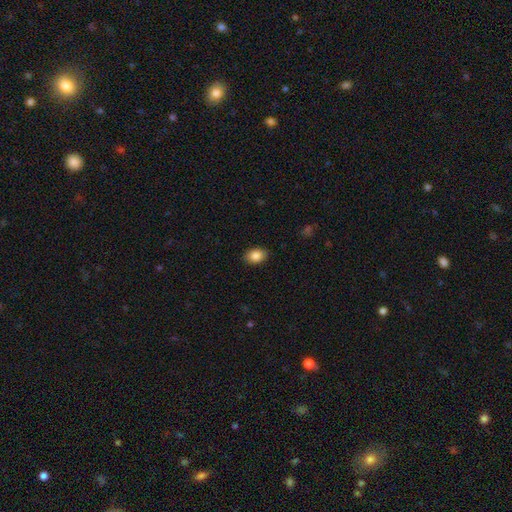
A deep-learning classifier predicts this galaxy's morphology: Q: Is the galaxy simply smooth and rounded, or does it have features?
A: smooth — 86%.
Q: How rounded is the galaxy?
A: in between — 74%.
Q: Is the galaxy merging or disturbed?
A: none — 89%.